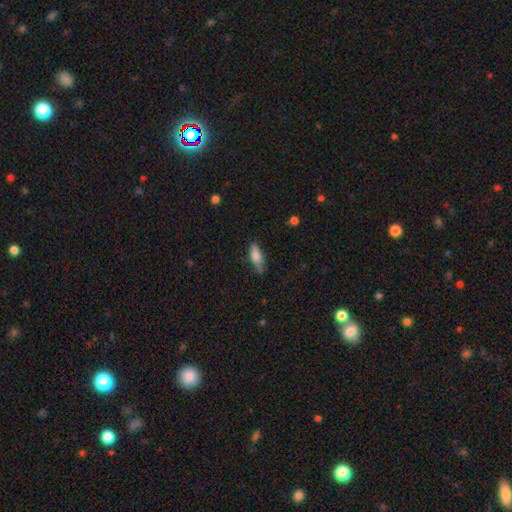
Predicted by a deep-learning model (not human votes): This is likely a smooth galaxy (73%). How rounded: possibly in between (57%). Merging: likely none (68%).